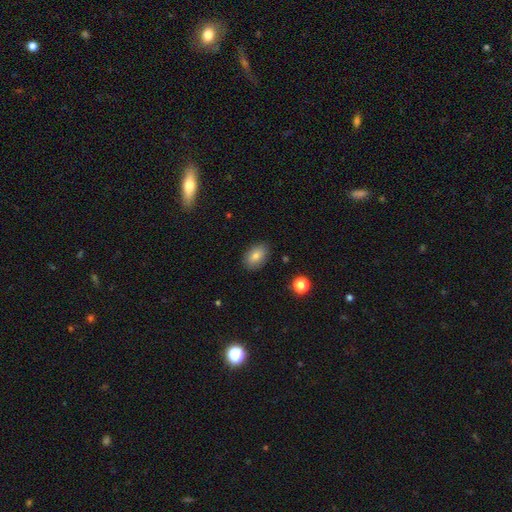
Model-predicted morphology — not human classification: smooth-or-featured: smooth: 79% | featured or disk: 12% | star or artifact: 9%
  how-rounded: in between: 86% | round: 12% | cigar-shaped: 2%
  merging: none: 86% | minor disturbance: 10% | major disturbance: 3% | merger: 1%